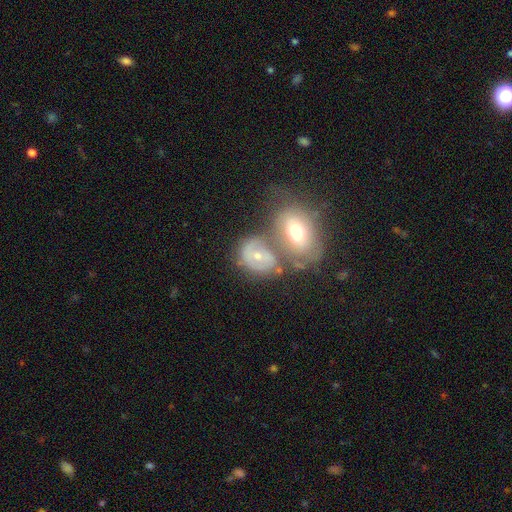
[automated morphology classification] Q: Smooth or featured?
A: featured or disk (54%); runner-up: smooth (37%)
Q: Edge-on disk?
A: no (95%); runner-up: yes (5%)
Q: Bar?
A: no (68%); runner-up: weak (24%)
Q: Spiral arms?
A: yes (56%); runner-up: no (44%)
Q: Bulge size?
A: moderate (52%); runner-up: small (41%)
Q: Merging?
A: merger (43%); runner-up: none (33%)